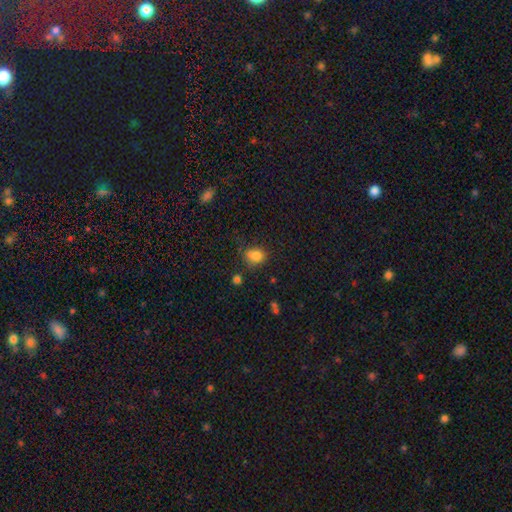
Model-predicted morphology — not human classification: Smooth or featured?
  - smooth: 82% *
  - star or artifact: 12%
  - featured or disk: 6%
How rounded?
  - round: 50% *
  - in between: 49%
  - cigar-shaped: 1%
Merging?
  - none: 64% *
  - minor disturbance: 24%
  - major disturbance: 7%
  - merger: 6%